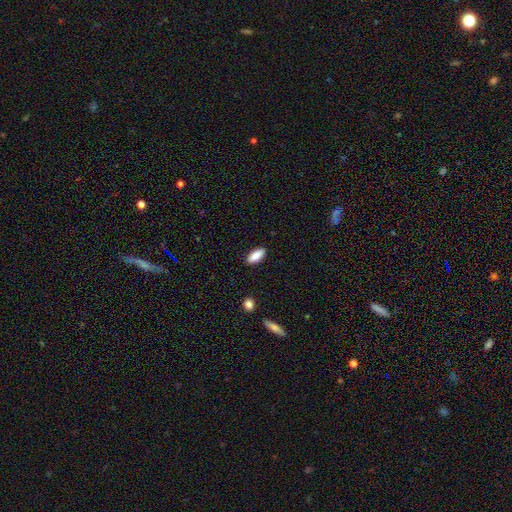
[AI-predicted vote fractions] This appears to be a smooth galaxy with no disk features (85%) that is in between round and cigar-shaped (78%). Merging: none (89%).